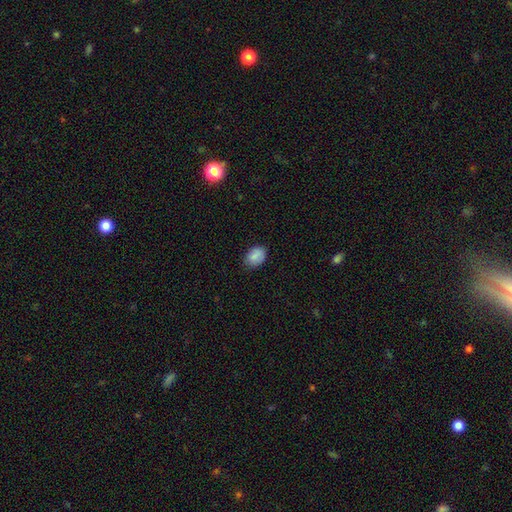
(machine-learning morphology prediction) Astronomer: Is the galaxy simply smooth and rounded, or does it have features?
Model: smooth — 86%.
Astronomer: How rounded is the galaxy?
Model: in between — 77%.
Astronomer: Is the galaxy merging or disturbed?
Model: none — 80%.